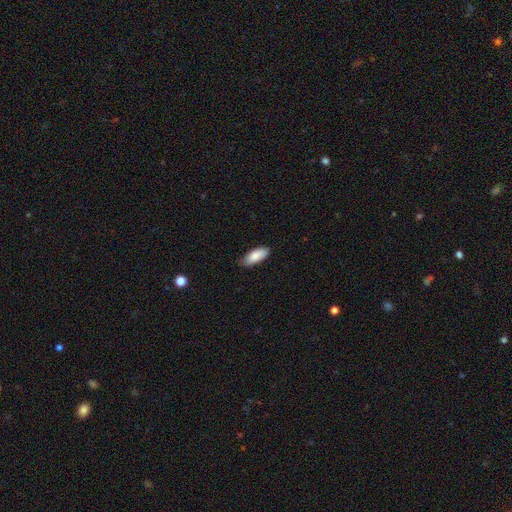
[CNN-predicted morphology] The model was most divided on "merging": none: 78%, minor disturbance: 19%, major disturbance: 3%, merger: 1%. More confident: smooth or featured — smooth (87%); how rounded — in between (81%).